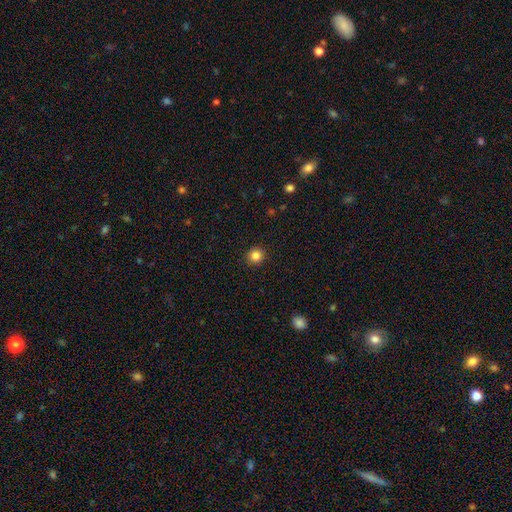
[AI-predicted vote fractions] smooth 84%, star or artifact 12%, featured or disk 4%. Down the decision tree: how rounded — round (93%); merging — none (92%).